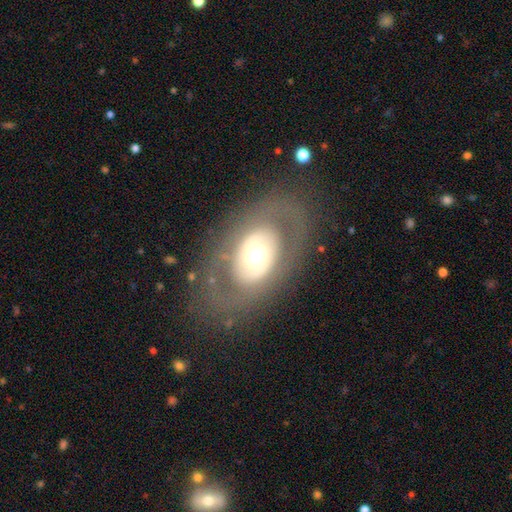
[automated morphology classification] This appears to be a featured or disk galaxy (55%). Merging: none (77%).